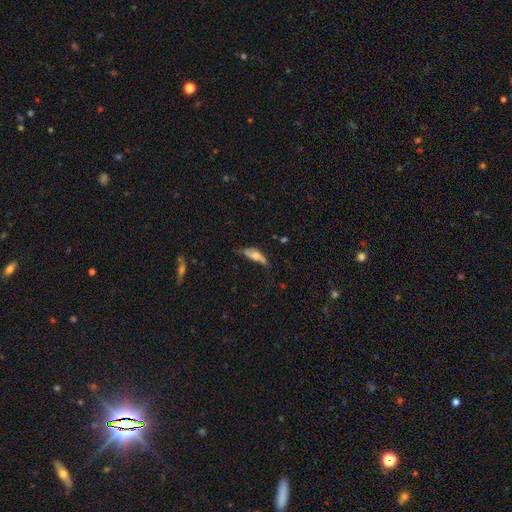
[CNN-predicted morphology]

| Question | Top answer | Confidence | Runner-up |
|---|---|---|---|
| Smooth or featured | smooth | 50% | featured or disk (42%) |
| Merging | minor disturbance | 33% | none (32%) |